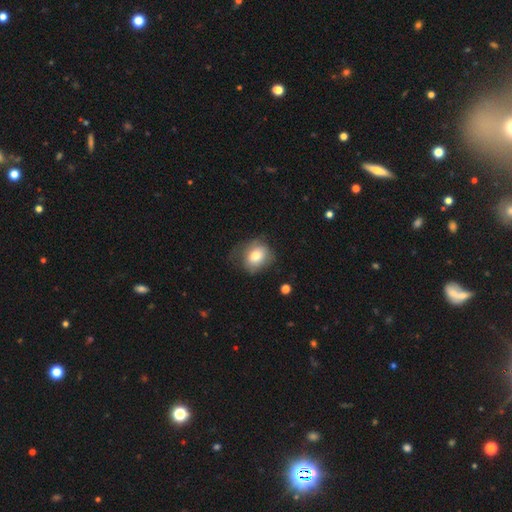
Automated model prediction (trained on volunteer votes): Q: Smooth or featured?
A: smooth (72%); runner-up: featured or disk (20%)
Q: How rounded?
A: round (55%); runner-up: in between (44%)
Q: Merging?
A: none (50%); runner-up: minor disturbance (30%)